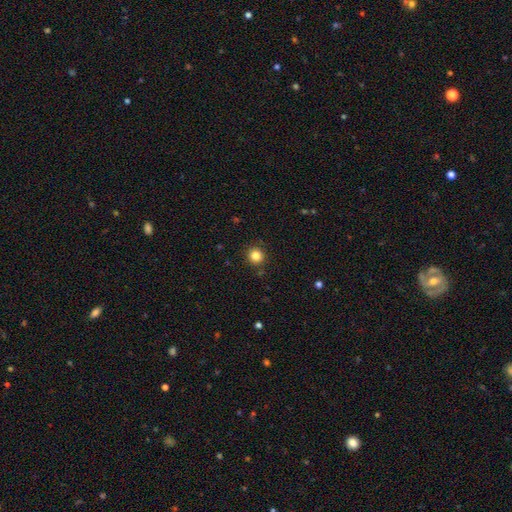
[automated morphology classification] Smooth or featured?
  - smooth: 83% *
  - star or artifact: 12%
  - featured or disk: 5%
How rounded?
  - round: 93% *
  - in between: 6%
  - cigar-shaped: 1%
Merging?
  - none: 90% *
  - minor disturbance: 7%
  - major disturbance: 2%
  - merger: 1%